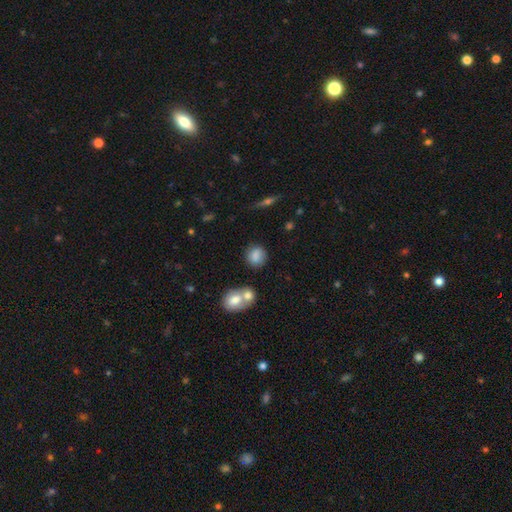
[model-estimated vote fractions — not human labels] The model was most divided on "how rounded": round: 76%, in between: 22%, cigar-shaped: 2%. More confident: smooth or featured — smooth (80%); merging — none (71%).